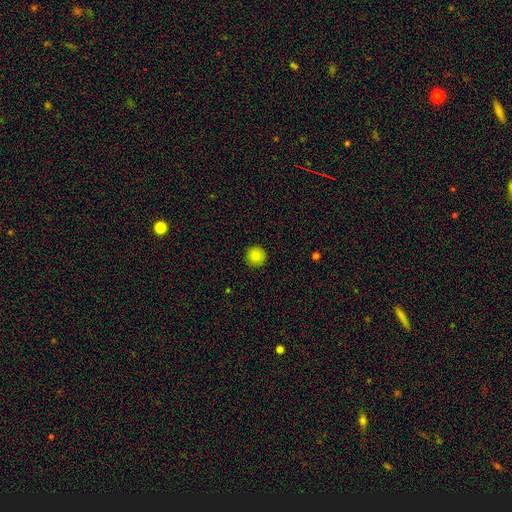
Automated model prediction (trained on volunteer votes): Morphology: type=smooth (87%); roundness=round (95%); merging=none (92%).